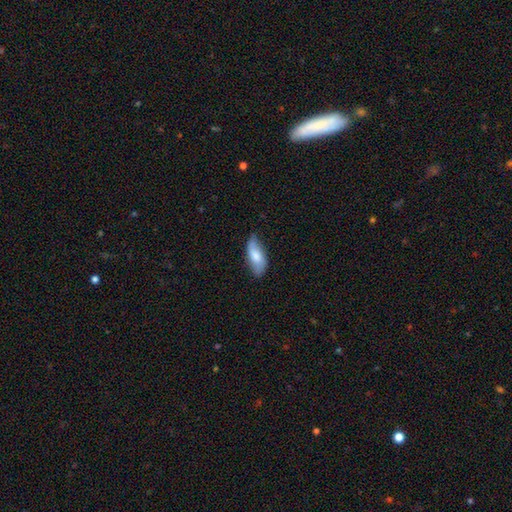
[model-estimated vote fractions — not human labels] smooth_or_featured: smooth (p=0.72) [alt: featured or disk p=0.22]
how_rounded: in between (p=0.83) [alt: cigar-shaped p=0.14]
merging: none (p=0.70) [alt: minor disturbance p=0.24]